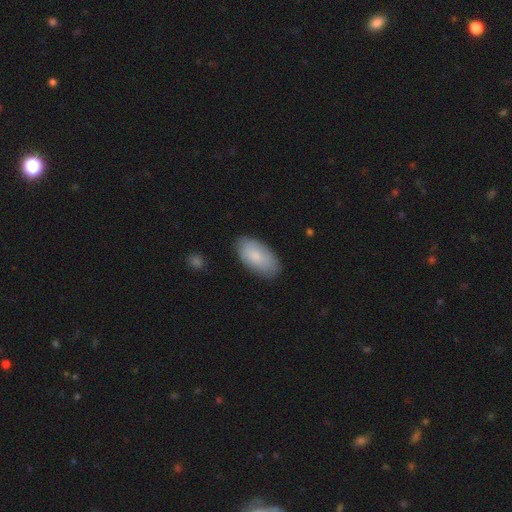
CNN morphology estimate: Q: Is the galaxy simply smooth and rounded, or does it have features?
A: smooth — 81%.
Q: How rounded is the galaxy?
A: in between — 95%.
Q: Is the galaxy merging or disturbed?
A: none — 84%.